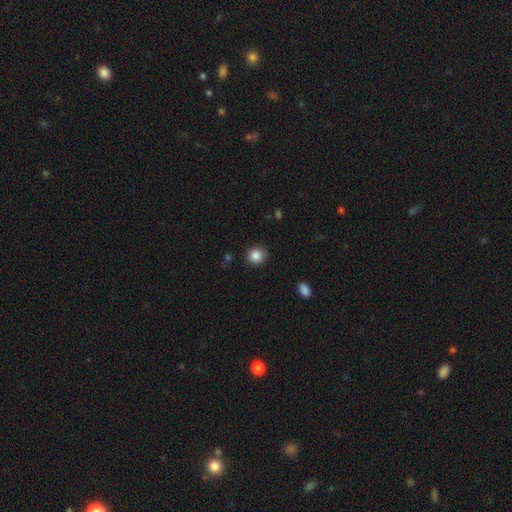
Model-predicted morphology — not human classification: Smooth or featured? smooth (86%)
How rounded? round (90%)
Merging? none (89%)